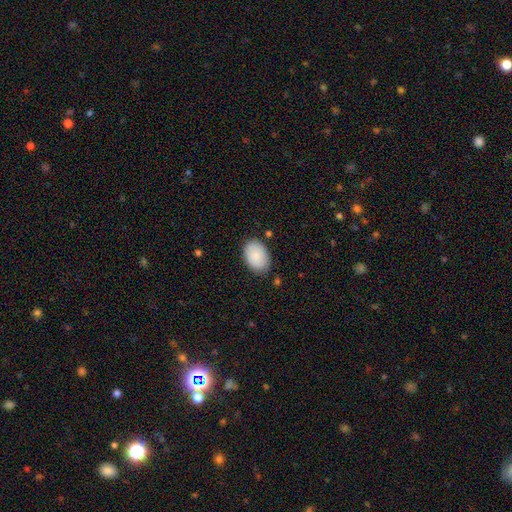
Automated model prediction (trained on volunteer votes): This is clearly a smooth galaxy (87%). How rounded: clearly in between (87%). Merging: clearly none (84%).